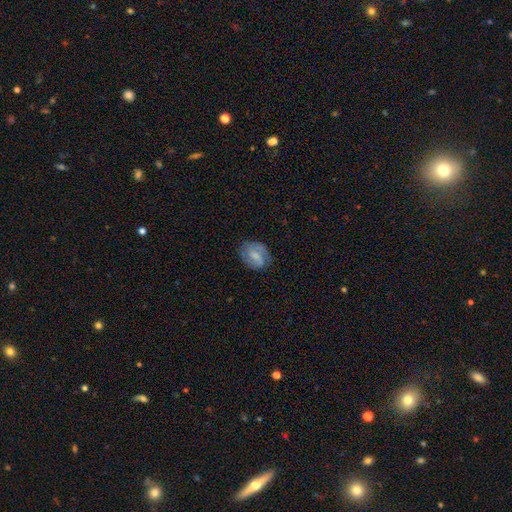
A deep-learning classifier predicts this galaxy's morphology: Smooth or featured? Predicted: featured or disk (p=0.53). Edge-on disk? Predicted: no (p=0.97). Bar? Predicted: weak (p=0.53). Spiral arms? Predicted: yes (p=0.84). Bulge size? Predicted: small (p=0.32, tied with none). Merging? Predicted: none (p=0.72).